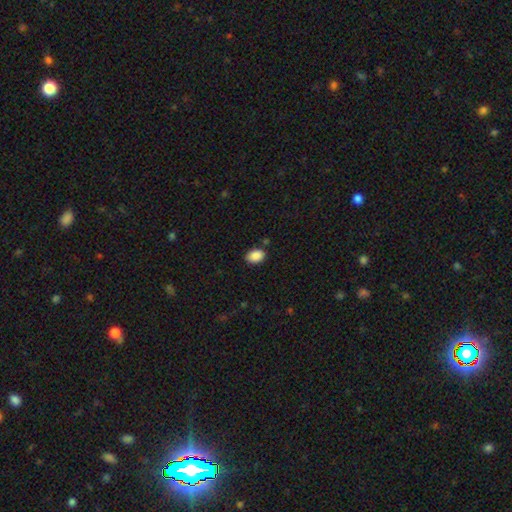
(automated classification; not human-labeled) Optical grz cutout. It shows a smooth galaxy with no disk features (89%) that is in between round and cigar-shaped (81%). Merging: none (83%).